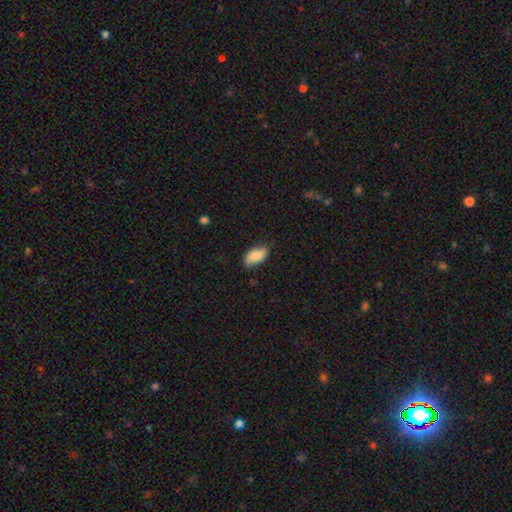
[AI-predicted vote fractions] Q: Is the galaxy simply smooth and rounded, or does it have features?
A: smooth — 83%.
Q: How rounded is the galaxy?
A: in between — 93%.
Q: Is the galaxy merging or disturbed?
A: none — 74%.